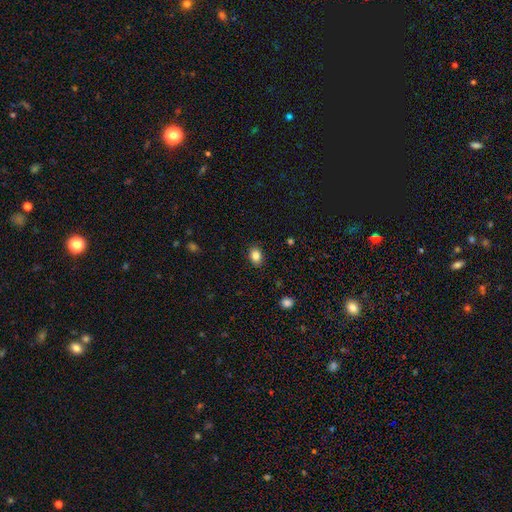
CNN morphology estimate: This appears to be a smooth galaxy with no disk features (84%) that is in between round and cigar-shaped (69%). Merging: none (88%).